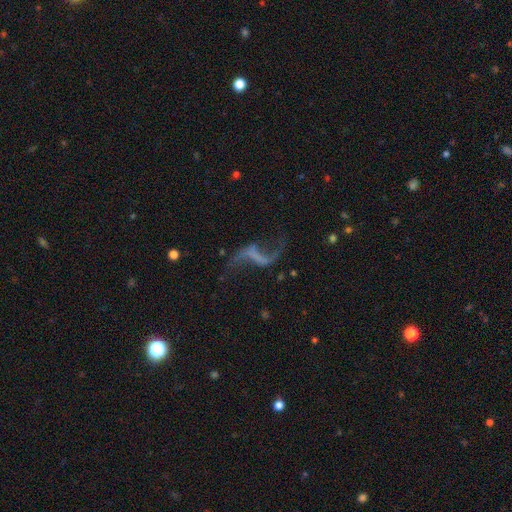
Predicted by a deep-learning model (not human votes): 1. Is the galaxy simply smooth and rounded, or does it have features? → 82% featured or disk, 10% star or artifact, 8% smooth.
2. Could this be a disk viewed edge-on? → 96% no, 4% yes.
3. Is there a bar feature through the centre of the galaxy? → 40% strong, 32% weak, 27% no.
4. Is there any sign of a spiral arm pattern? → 91% yes, 9% no.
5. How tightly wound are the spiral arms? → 93% loose, 5% medium, 2% tight.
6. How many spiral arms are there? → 90% 2, 5% 1, 1% can't tell, 1% 3, 1% 4, 1% more than 4.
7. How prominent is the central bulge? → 77% none, 14% small, 5% moderate, 2% large, 1% dominant.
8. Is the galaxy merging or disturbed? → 66% none, 17% major disturbance, 14% minor disturbance, 4% merger.